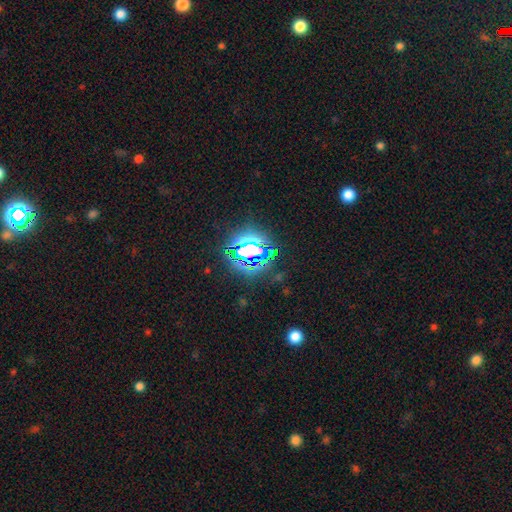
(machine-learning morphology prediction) Smooth or featured: star or artifact — 79% (smooth — 11%)